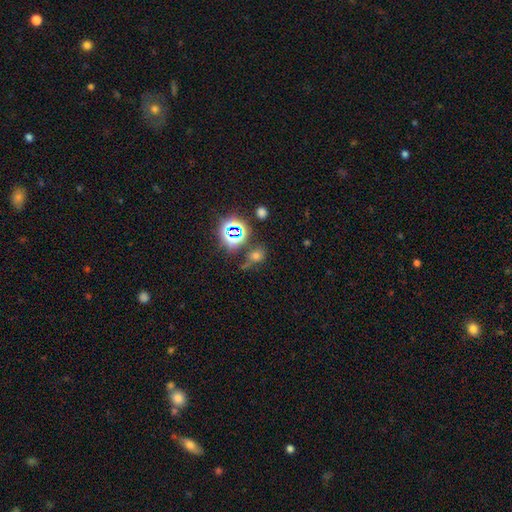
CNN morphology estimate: Smooth or featured? Predicted: smooth (p=0.51). How rounded? Predicted: round (p=0.61). Merging? Predicted: none (p=0.63).